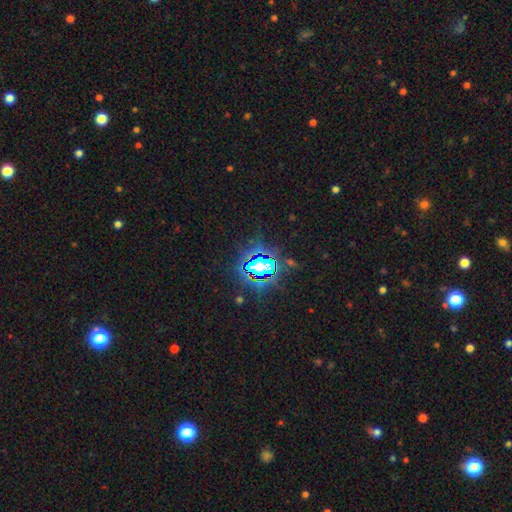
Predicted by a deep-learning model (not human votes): smooth_or_featured: star or artifact (p=0.83) [alt: smooth p=0.10]